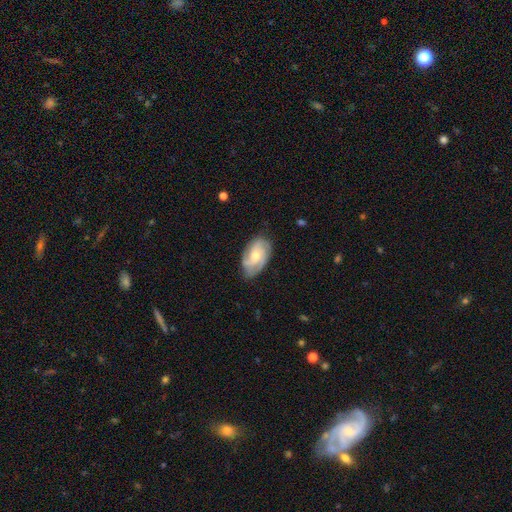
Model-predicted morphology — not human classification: A featured or disk galaxy (73%) with no bar (70%), 3 (45%) tight (45%) spiral arms (94%) and a moderate central bulge (48%).

Vote fractions:
- Smooth or featured? featured or disk: 73% / smooth: 21% / star or artifact: 6%
- Edge-on disk? no: 96% / yes: 4%
- Bar? no: 70% / weak: 26% / strong: 4%
- Spiral arms? yes: 94% / no: 6%
- Spiral winding? tight: 45% / medium: 42% / loose: 13%
- Spiral arm count? 3: 45% / can't tell: 18% / 2: 18% / 4: 12% / 1: 4% / more than 4: 4%
- Bulge size? moderate: 48% / small: 47% / large: 2% / none: 2% / dominant: 1%
- Merging? none: 75% / minor disturbance: 19% / major disturbance: 5% / merger: 1%